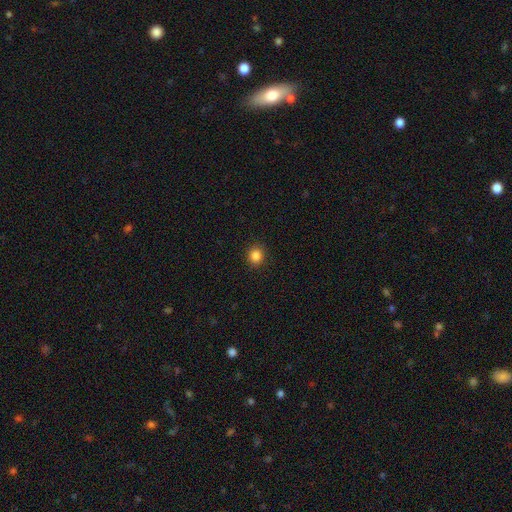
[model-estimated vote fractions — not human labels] Overall: smooth (85%). How rounded: round (86%). Merging: none (91%).